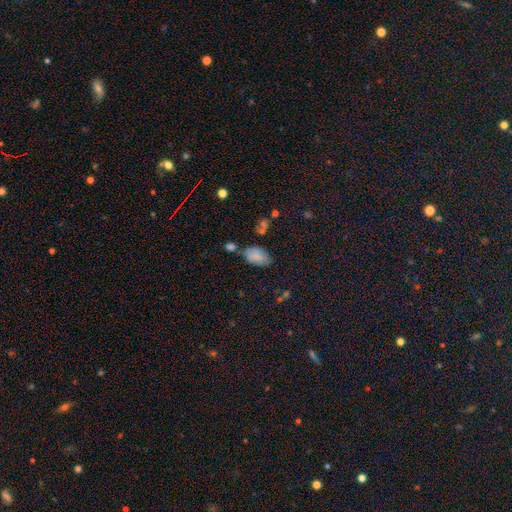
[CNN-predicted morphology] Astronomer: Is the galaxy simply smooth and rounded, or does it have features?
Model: smooth — 80%.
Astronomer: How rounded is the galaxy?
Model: in between — 92%.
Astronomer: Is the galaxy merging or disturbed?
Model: none — 52%.